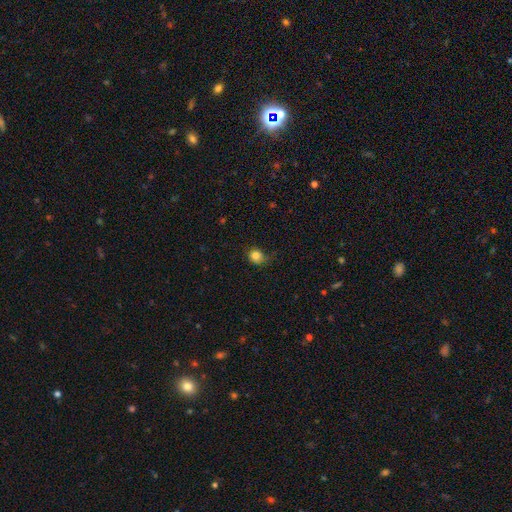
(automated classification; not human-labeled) Smooth or featured: smooth — 83% (star or artifact — 11%)
How rounded: round — 72% (in between — 27%)
Merging: none — 63% (minor disturbance — 27%)